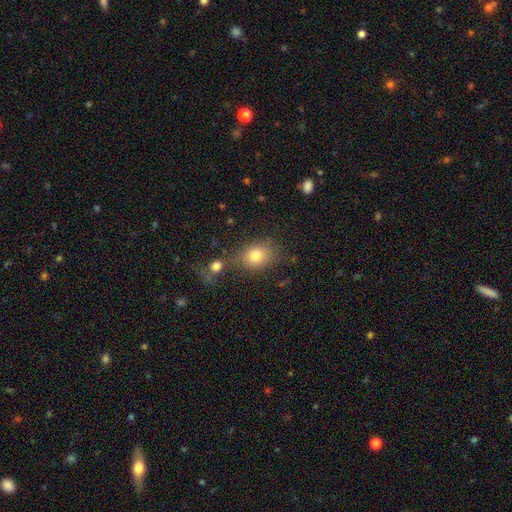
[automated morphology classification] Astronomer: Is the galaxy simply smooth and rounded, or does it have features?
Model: smooth — 79%.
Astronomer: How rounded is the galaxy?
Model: in between — 54% (runner-up: round, 45%).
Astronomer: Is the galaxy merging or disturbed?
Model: none — 62%.